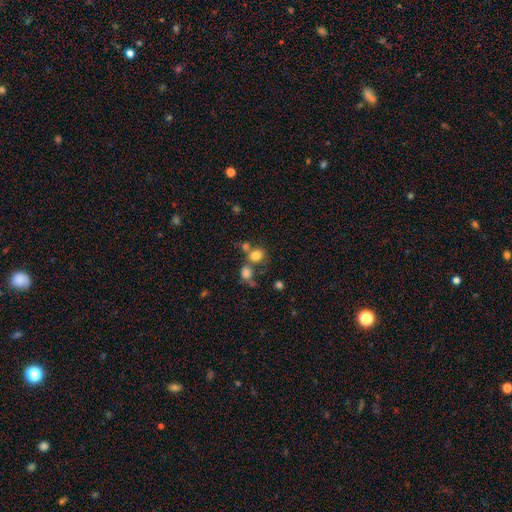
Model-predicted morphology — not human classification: smooth-or-featured: smooth: 77% | star or artifact: 13% | featured or disk: 10%
  how-rounded: round: 69% | in between: 30% | cigar-shaped: 1%
  merging: none: 46% | merger: 37% | minor disturbance: 11% | major disturbance: 7%